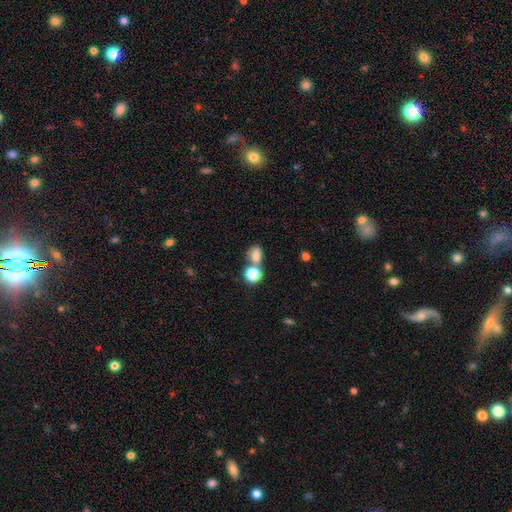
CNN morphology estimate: The model was most divided on "merging": none: 42%, merger: 39%, minor disturbance: 12%, major disturbance: 7%. More confident: smooth or featured — smooth (75%); how rounded — in between (56%).